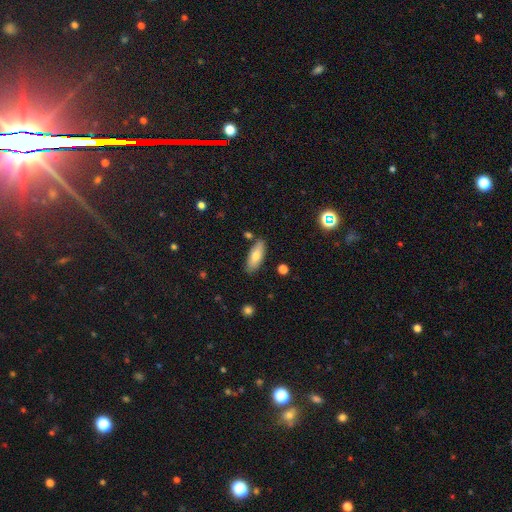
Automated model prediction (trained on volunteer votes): A smooth galaxy with no disk features (73%) that is in between round and cigar-shaped (71%).

Vote fractions:
- Smooth or featured? smooth: 73% / featured or disk: 21% / star or artifact: 7%
- How rounded? in between: 71% / cigar-shaped: 27% / round: 2%
- Merging? none: 82% / minor disturbance: 12% / merger: 4% / major disturbance: 2%